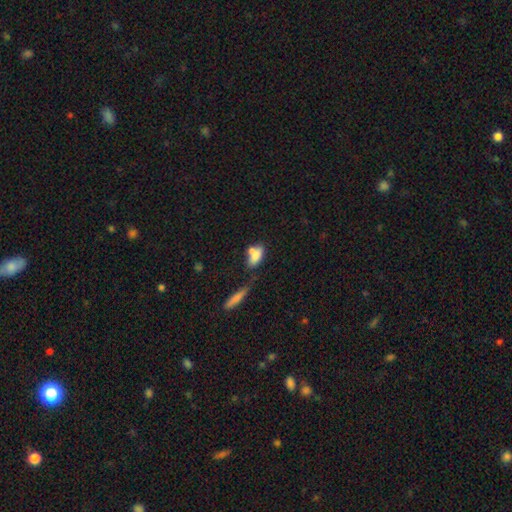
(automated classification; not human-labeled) Overall: smooth (74%). How rounded: in between (78%). Merging: merger (38%; none 37%).